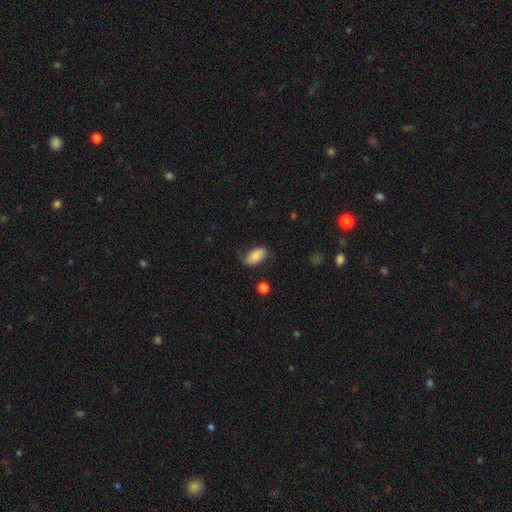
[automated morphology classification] Overall: smooth (68%). How rounded: in between (93%). Merging: none (55%; minor disturbance 31%).